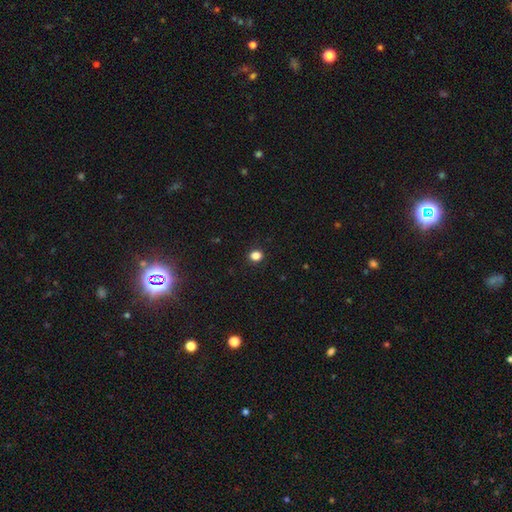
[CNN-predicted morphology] This is clearly a smooth galaxy (83%). How rounded: likely round (67%). Merging: clearly none (90%).